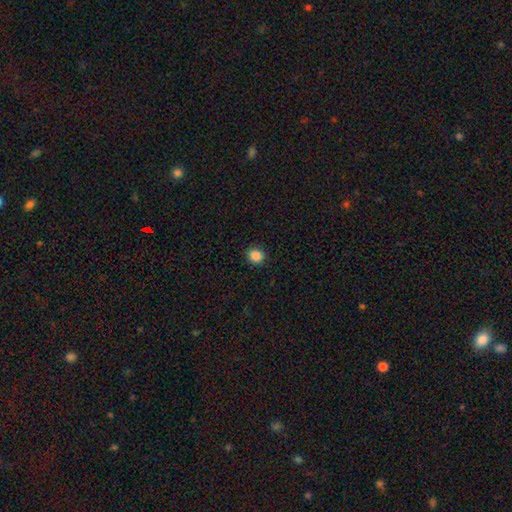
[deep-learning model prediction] Smooth or featured? smooth (87%)
How rounded? round (86%)
Merging? none (91%)